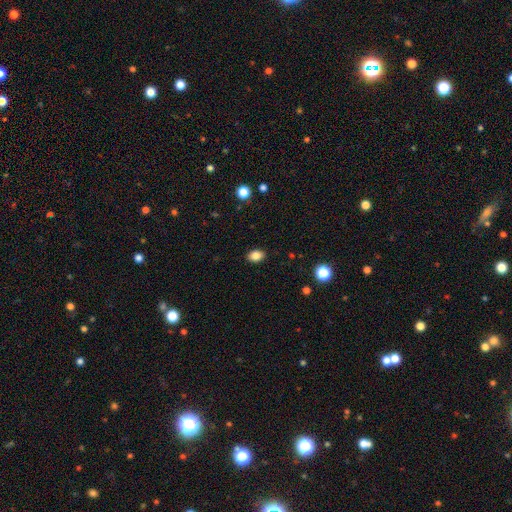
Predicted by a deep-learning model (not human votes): A smooth galaxy with no disk features (85%) that is in between round and cigar-shaped (78%).

Vote fractions:
- Smooth or featured? smooth: 85% / star or artifact: 10% / featured or disk: 5%
- How rounded? in between: 78% / round: 21% / cigar-shaped: 1%
- Merging? none: 89% / minor disturbance: 8% / major disturbance: 2% / merger: 1%